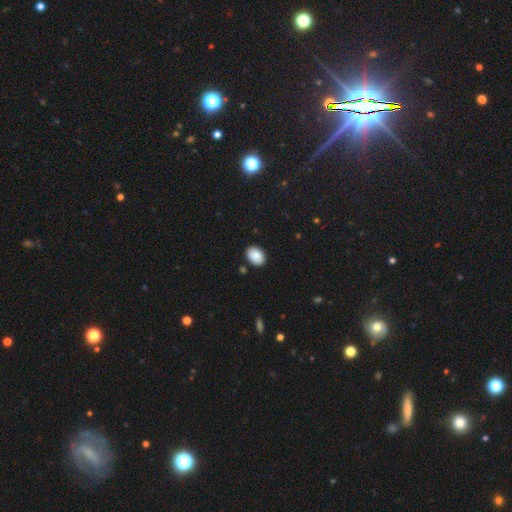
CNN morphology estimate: smooth 89%, star or artifact 7%, featured or disk 4%. Down the decision tree: how rounded — in between (82%); merging — none (87%).